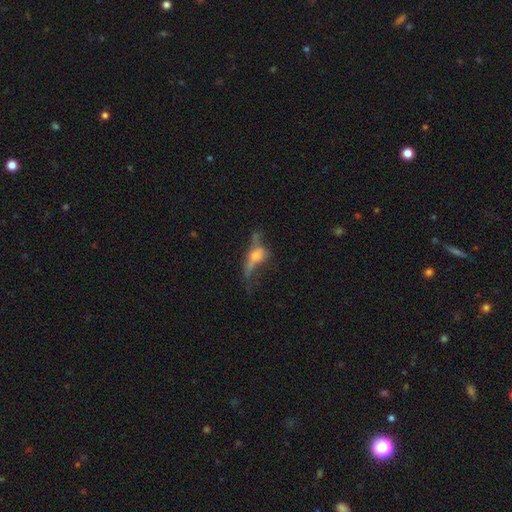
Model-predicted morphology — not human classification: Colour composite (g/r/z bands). It shows a featured or disk galaxy (55%) viewed edge-on (58%). Merging: major disturbance (39%).